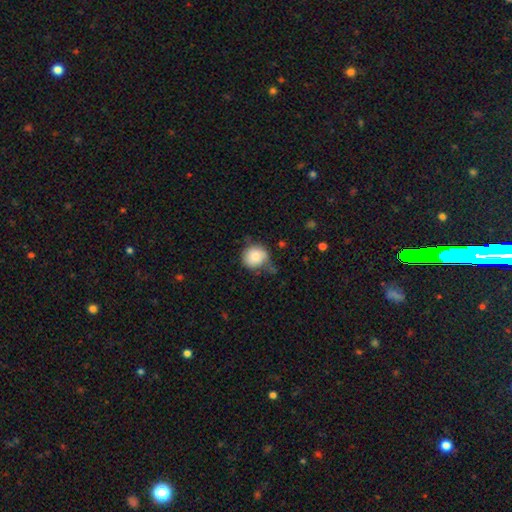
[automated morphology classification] This appears to be a smooth galaxy with no disk features (80%) that is round (83%). Merging: none (49%).